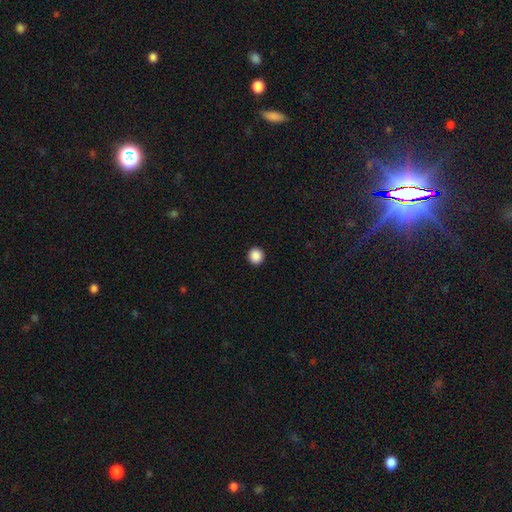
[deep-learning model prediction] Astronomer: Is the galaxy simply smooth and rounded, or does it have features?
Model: smooth — 88%.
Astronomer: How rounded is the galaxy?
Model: round — 94%.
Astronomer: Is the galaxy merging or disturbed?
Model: none — 94%.